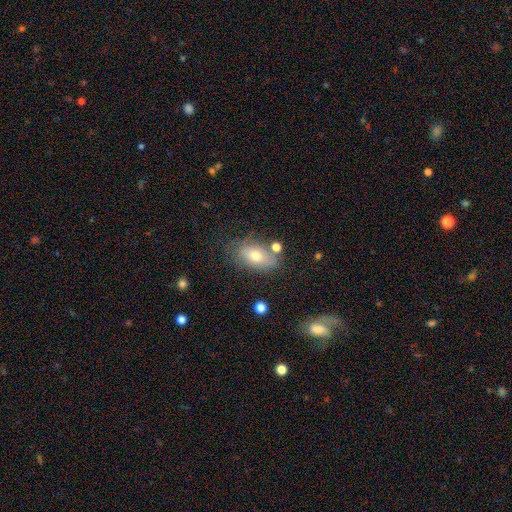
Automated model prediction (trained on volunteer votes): A smooth galaxy with no disk features (68%) that is in between round and cigar-shaped (88%).

Vote fractions:
- Smooth or featured? smooth: 68% / featured or disk: 23% / star or artifact: 9%
- How rounded? in between: 88% / round: 9% / cigar-shaped: 3%
- Merging? none: 65% / minor disturbance: 21% / merger: 8% / major disturbance: 7%